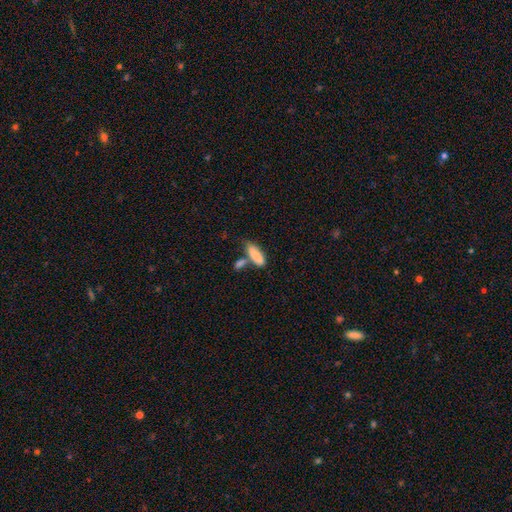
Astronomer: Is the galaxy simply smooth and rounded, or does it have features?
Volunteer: smooth — 92%.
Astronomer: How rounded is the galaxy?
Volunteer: in between — 61% (runner-up: cigar-shaped, 39%).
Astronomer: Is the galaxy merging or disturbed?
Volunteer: merger — 41% (runner-up: none, 32%).